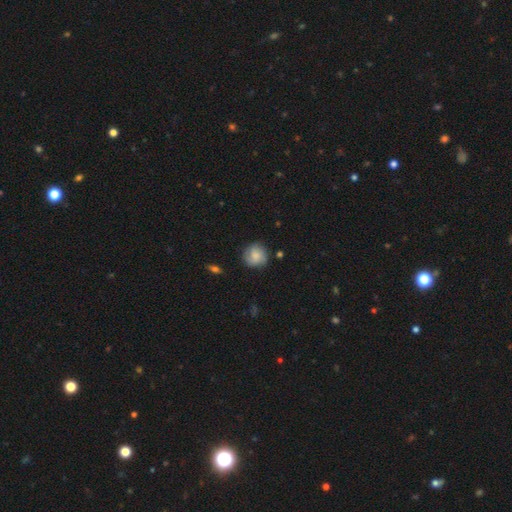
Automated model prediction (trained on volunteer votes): A smooth galaxy with no disk features (65%) that is round (89%). Merging: none (76%).